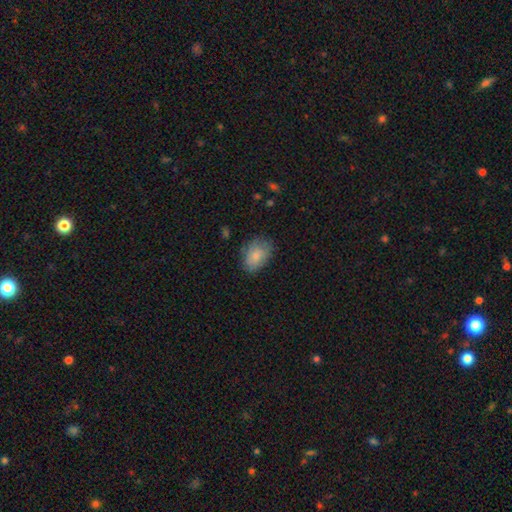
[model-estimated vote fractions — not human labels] Morphology: type=smooth (80%); roundness=in between (82%); merging=none (71%).